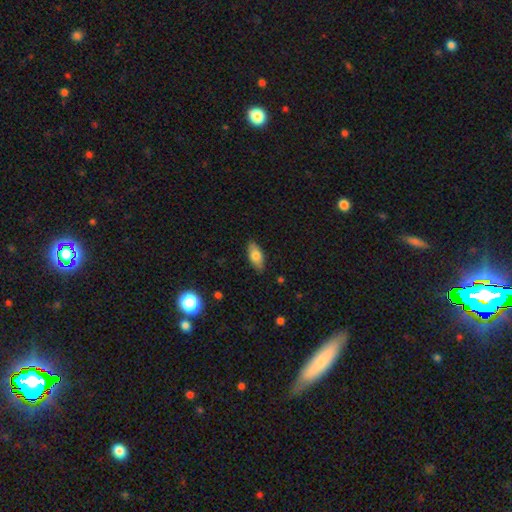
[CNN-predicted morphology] A smooth galaxy with no disk features (77%) that is in between round and cigar-shaped (86%). Merging: none (87%).